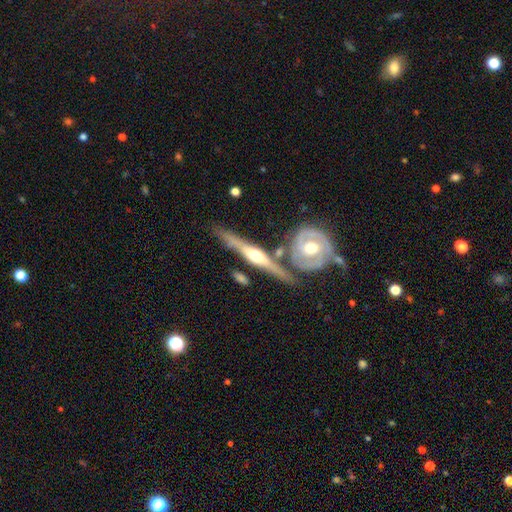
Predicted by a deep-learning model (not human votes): This is clearly a featured or disk galaxy (81%). It is clearly viewed edge-on (94%). Edge-on bulge: clearly rounded (92%). Merging: likely none (67%).